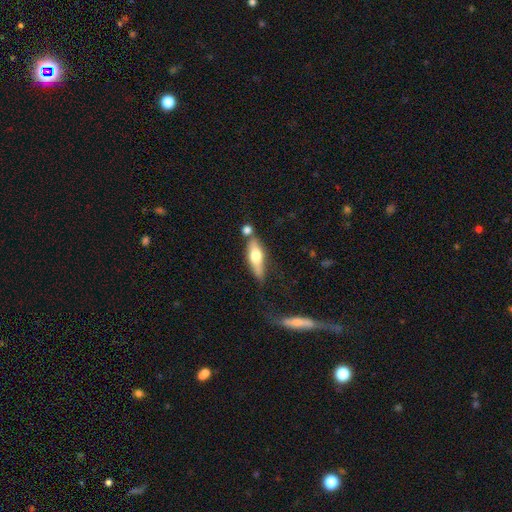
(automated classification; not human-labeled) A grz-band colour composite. It shows a smooth galaxy with no disk features (49%). Merging: none (58%).